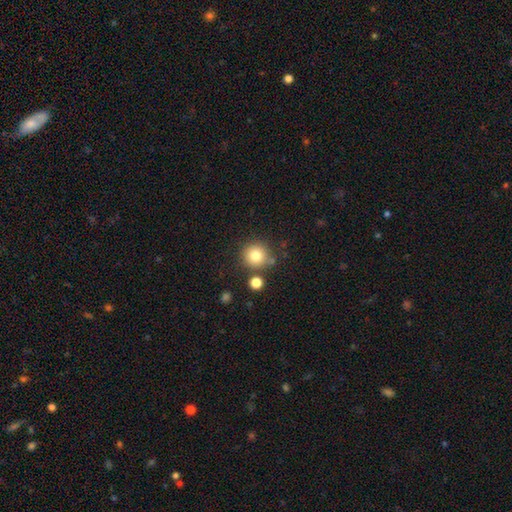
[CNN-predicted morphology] Q: Smooth or featured?
A: smooth (80%); runner-up: star or artifact (12%)
Q: How rounded?
A: round (93%); runner-up: in between (6%)
Q: Merging?
A: none (76%); runner-up: minor disturbance (10%)